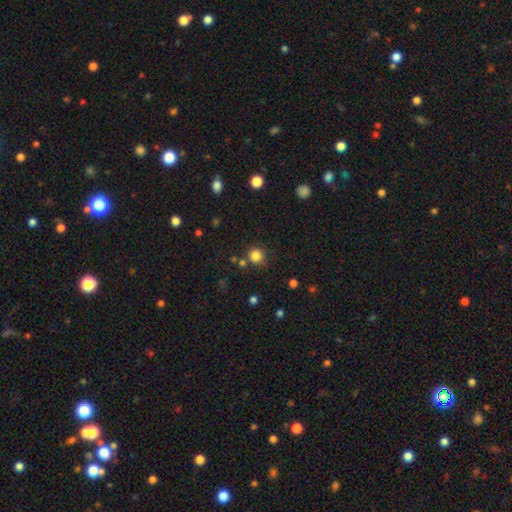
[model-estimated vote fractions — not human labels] Overall: smooth (83%). How rounded: round (92%). Merging: none (80%).